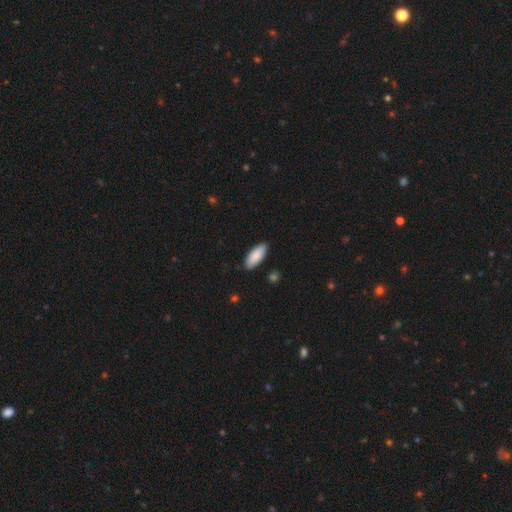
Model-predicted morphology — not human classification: type=smooth (88%); roundness=in between (82%); merging=none (88%).